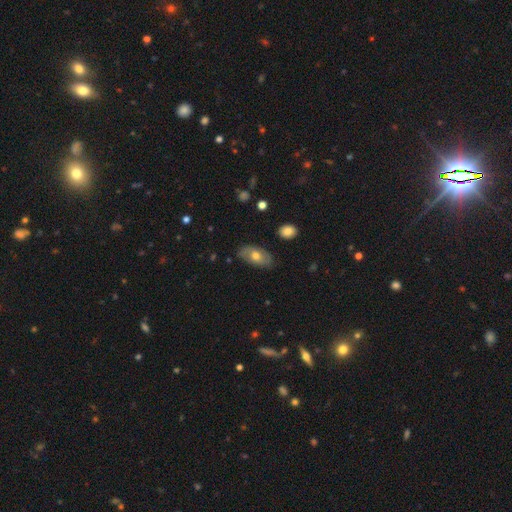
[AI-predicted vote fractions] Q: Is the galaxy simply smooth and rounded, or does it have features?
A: smooth — 56%.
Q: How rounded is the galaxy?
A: in between — 91%.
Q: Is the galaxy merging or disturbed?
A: none — 75%.